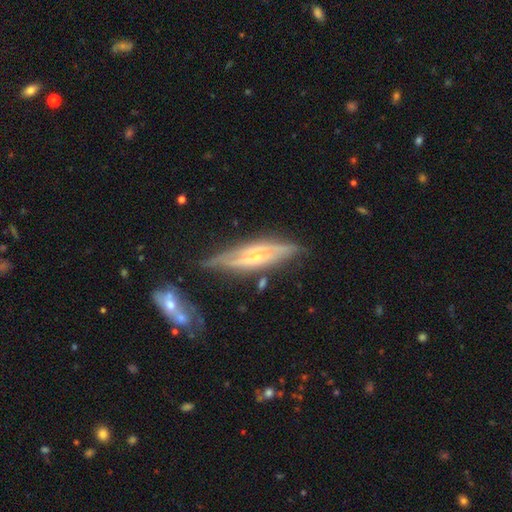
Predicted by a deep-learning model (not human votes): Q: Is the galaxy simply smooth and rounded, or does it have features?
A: featured or disk — 78%.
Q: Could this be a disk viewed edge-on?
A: yes — 67%.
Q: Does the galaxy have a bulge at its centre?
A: rounded — 72%.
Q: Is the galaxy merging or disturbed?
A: none — 69%.